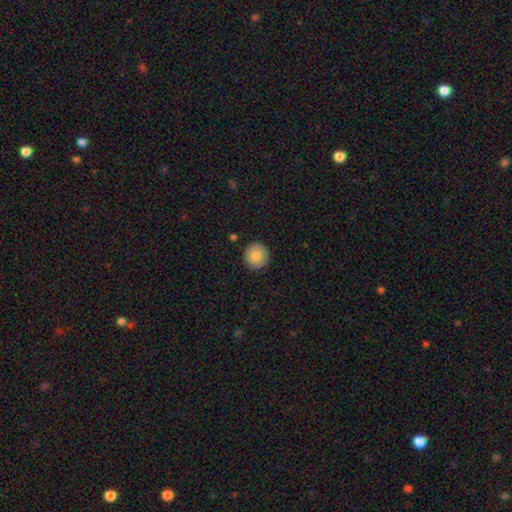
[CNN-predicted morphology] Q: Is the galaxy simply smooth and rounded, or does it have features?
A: smooth — 82%.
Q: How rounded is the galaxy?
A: round — 92%.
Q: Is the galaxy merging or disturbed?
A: none — 90%.